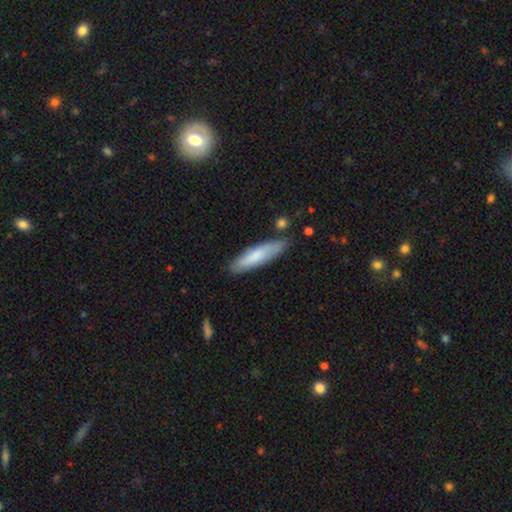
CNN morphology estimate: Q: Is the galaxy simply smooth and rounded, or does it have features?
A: smooth — 74%.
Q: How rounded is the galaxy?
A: cigar-shaped — 78%.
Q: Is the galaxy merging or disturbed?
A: none — 82%.